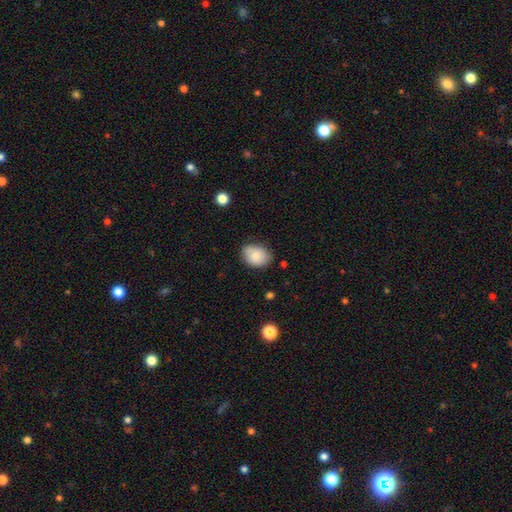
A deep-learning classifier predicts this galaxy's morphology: Q: Smooth or featured?
A: smooth (80%); runner-up: featured or disk (13%)
Q: How rounded?
A: in between (68%); runner-up: round (31%)
Q: Merging?
A: none (74%); runner-up: minor disturbance (21%)